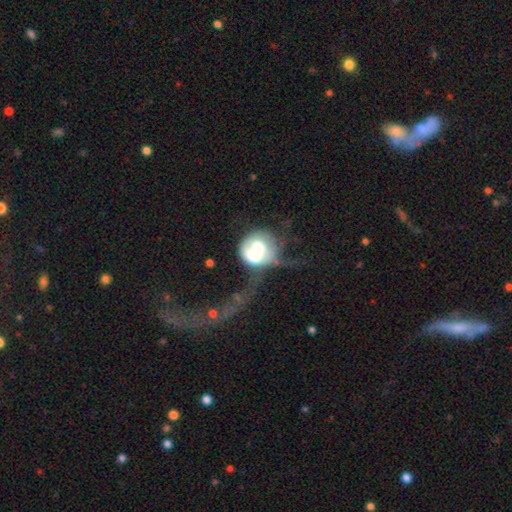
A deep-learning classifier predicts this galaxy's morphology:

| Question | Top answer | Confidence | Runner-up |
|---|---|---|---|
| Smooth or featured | featured or disk | 47% | smooth (44%) |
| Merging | merger | 57% | major disturbance (26%) |